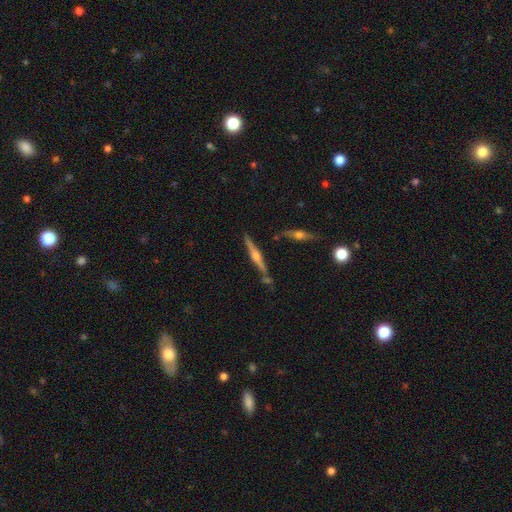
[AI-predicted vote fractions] The model was most divided on "smooth or featured": featured or disk: 79%, smooth: 14%, star or artifact: 6%. More confident: edge-on disk — yes (98%); edge-on bulge — rounded (86%); merging — none (81%).